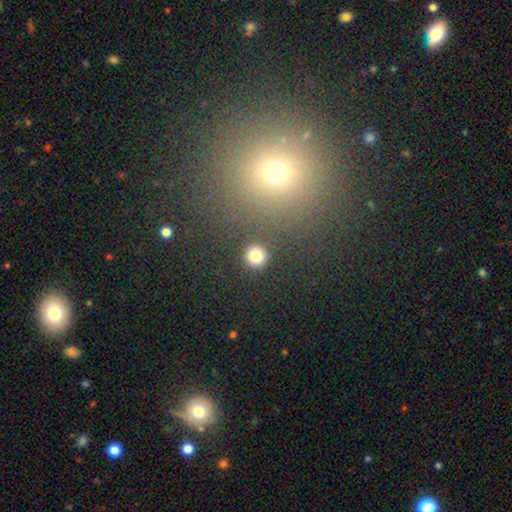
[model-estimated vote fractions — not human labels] Smooth or featured? Predicted: smooth (p=0.81). How rounded? Predicted: round (p=0.94). Merging? Predicted: none (p=0.90).